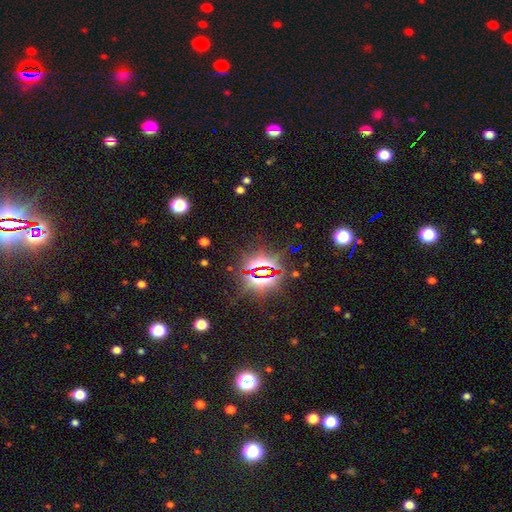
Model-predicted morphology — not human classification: Smooth or featured? star or artifact (82%)